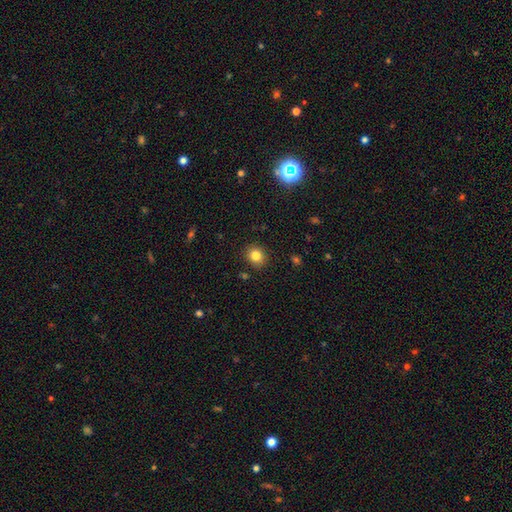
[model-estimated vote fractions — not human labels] A smooth galaxy with no disk features (83%) that is round (77%). Merging: none (89%).